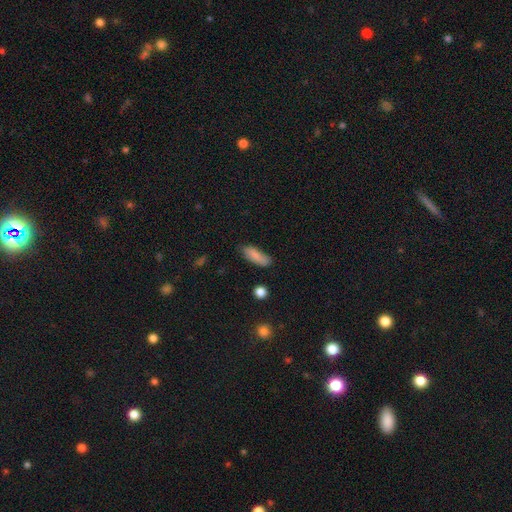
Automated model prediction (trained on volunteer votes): A smooth galaxy with no disk features (83%) that is in between round and cigar-shaped (63%). Merging: none (71%).